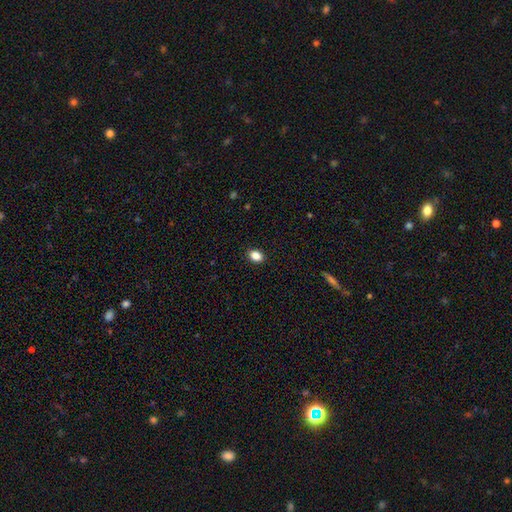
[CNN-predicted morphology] Q: Smooth or featured?
A: smooth (87%); runner-up: star or artifact (10%)
Q: How rounded?
A: in between (68%); runner-up: round (31%)
Q: Merging?
A: none (91%); runner-up: minor disturbance (7%)